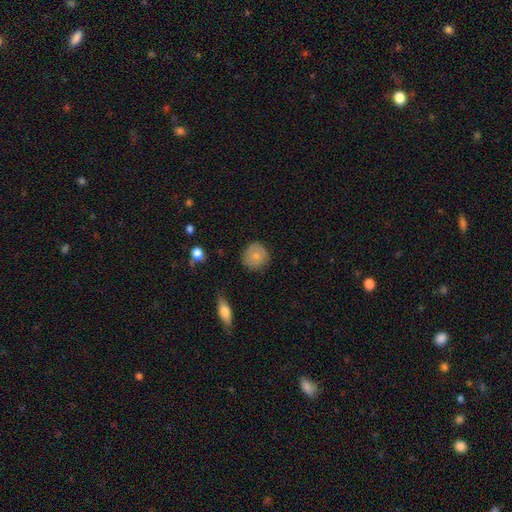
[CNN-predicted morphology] smooth_or_featured: smooth (p=0.77) [alt: featured or disk p=0.16]
how_rounded: round (p=0.90) [alt: in between p=0.09]
merging: none (p=0.79) [alt: minor disturbance p=0.16]